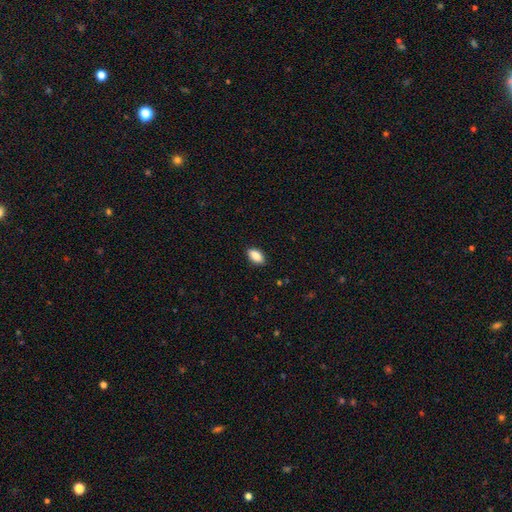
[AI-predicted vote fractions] The model was most divided on "merging": none: 88%, minor disturbance: 9%, major disturbance: 2%, merger: 1%. More confident: how rounded — in between (91%); smooth or featured — smooth (87%).